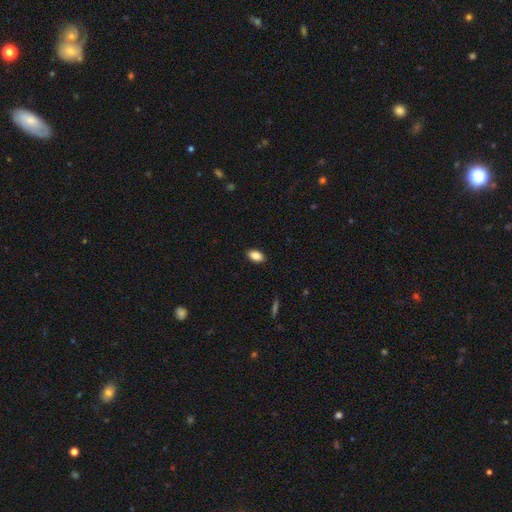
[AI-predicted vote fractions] smooth_or_featured: smooth (p=0.87) [alt: star or artifact p=0.08]
how_rounded: in between (p=0.92) [alt: round p=0.06]
merging: none (p=0.89) [alt: minor disturbance p=0.08]